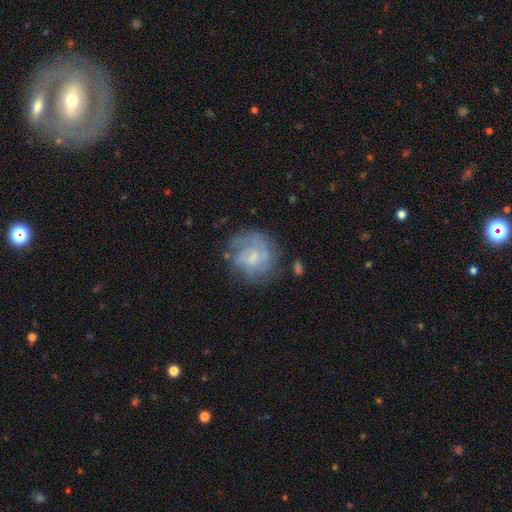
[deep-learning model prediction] Q: Smooth or featured?
A: featured or disk (57%); runner-up: smooth (28%)
Q: Edge-on disk?
A: no (97%); runner-up: yes (3%)
Q: Bar?
A: no (62%); runner-up: weak (33%)
Q: Spiral arms?
A: yes (83%); runner-up: no (17%)
Q: Bulge size?
A: small (56%); runner-up: moderate (32%)
Q: Merging?
A: none (72%); runner-up: minor disturbance (17%)